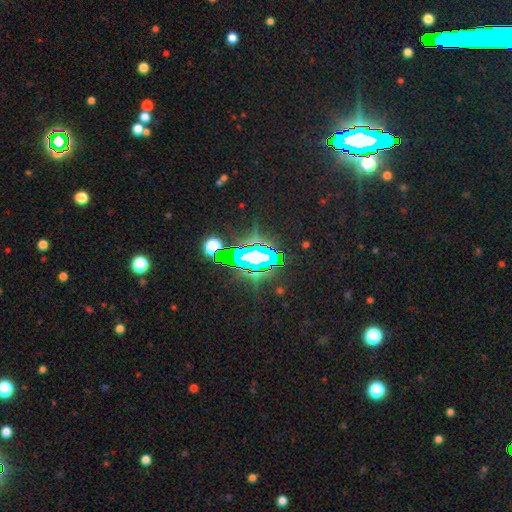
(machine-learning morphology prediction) smooth_or_featured: star or artifact (p=0.74) [alt: smooth p=0.14]